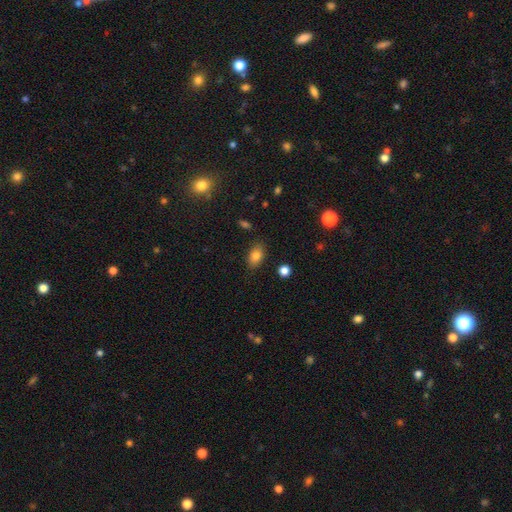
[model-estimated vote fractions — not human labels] A smooth galaxy with no disk features (81%) that is in between round and cigar-shaped (85%).

Vote fractions:
- Smooth or featured? smooth: 81% / star or artifact: 10% / featured or disk: 9%
- How rounded? in between: 85% / round: 12% / cigar-shaped: 3%
- Merging? none: 84% / minor disturbance: 11% / major disturbance: 3% / merger: 2%